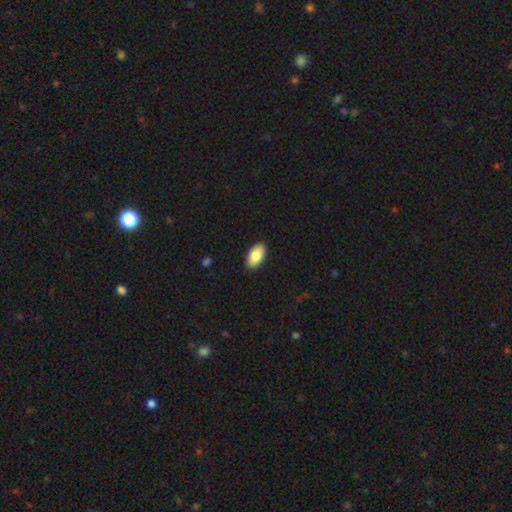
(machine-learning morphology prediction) Smooth or featured?
  - smooth: 82% *
  - featured or disk: 12%
  - star or artifact: 6%
How rounded?
  - in between: 95% *
  - round: 3%
  - cigar-shaped: 2%
Merging?
  - none: 90% *
  - minor disturbance: 7%
  - major disturbance: 2%
  - merger: 1%